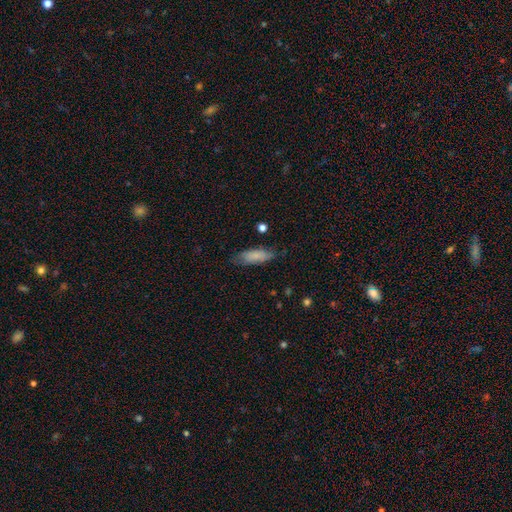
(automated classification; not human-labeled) smooth 79%, featured or disk 14%, star or artifact 7%. Down the decision tree: how rounded — in between (63%); merging — none (71%).